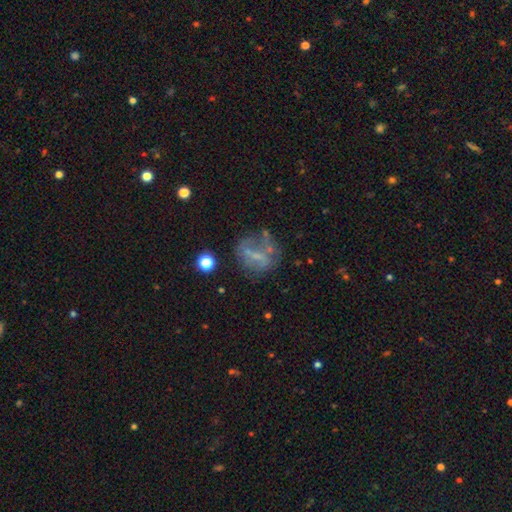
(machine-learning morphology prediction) Smooth or featured? featured or disk (49%)
Merging? none (47%)